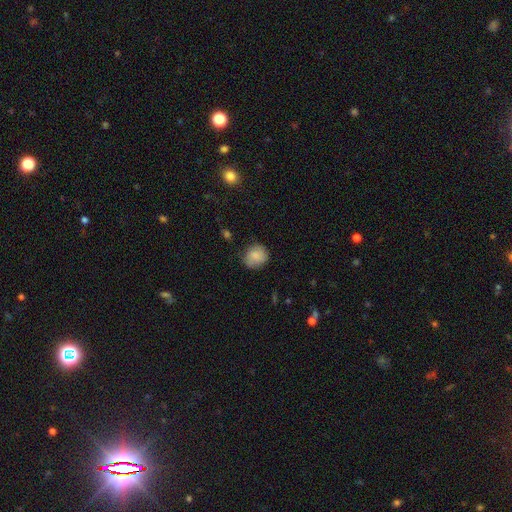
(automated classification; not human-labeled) smooth 82%, featured or disk 11%, star or artifact 8%. Down the decision tree: how rounded — round (78%); merging — none (75%).